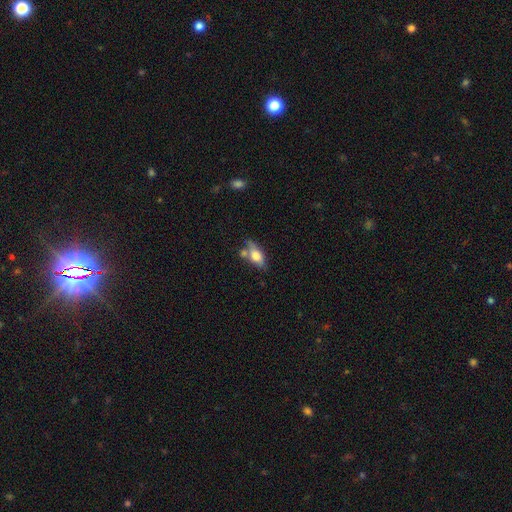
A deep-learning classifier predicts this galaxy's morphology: smooth_or_featured: smooth (p=0.66) [alt: featured or disk p=0.26]
how_rounded: in between (p=0.81) [alt: cigar-shaped p=0.13]
merging: none (p=0.52) [alt: minor disturbance p=0.21]